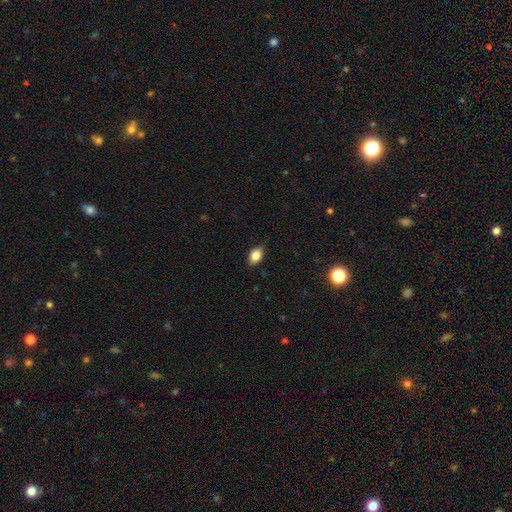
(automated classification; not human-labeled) Smooth or featured? Predicted: smooth (p=0.82). How rounded? Predicted: in between (p=0.83). Merging? Predicted: none (p=0.84).